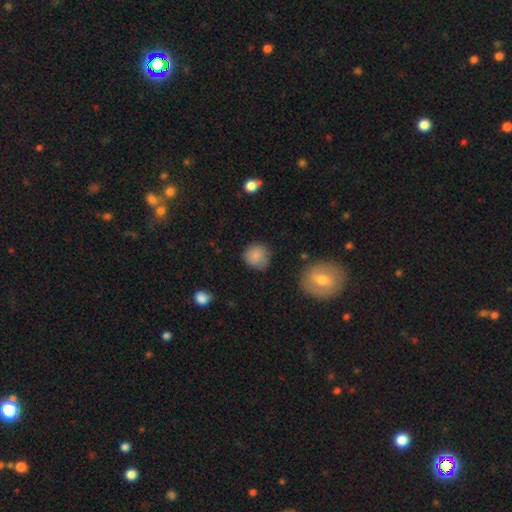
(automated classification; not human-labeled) Smooth or featured? smooth (84%)
How rounded? round (89%)
Merging? none (78%)